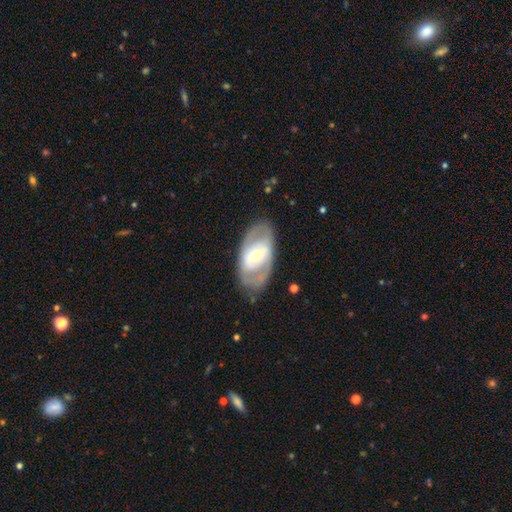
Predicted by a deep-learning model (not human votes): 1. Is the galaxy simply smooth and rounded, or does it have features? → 69% featured or disk, 25% smooth, 5% star or artifact.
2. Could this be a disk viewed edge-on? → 92% no, 8% yes.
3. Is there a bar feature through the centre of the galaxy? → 39% no, 35% weak, 26% strong.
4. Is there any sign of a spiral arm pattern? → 54% yes, 46% no.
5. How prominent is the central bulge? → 53% moderate, 40% small, 5% large, 1% dominant, 1% none.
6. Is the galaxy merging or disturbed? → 79% none, 14% minor disturbance, 6% major disturbance, 1% merger.